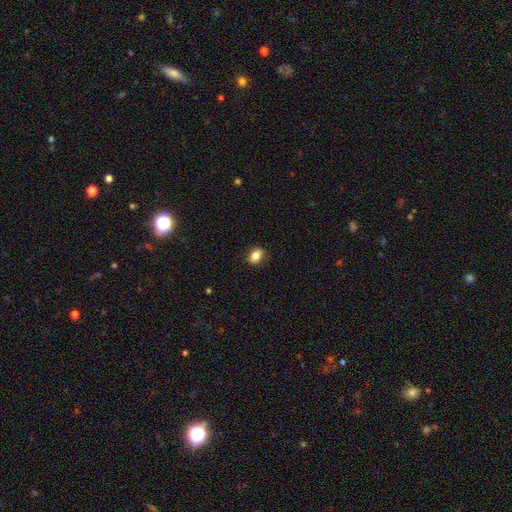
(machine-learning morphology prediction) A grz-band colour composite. It shows a smooth galaxy with no disk features (81%) that is in between round and cigar-shaped (74%). Merging: none (86%).